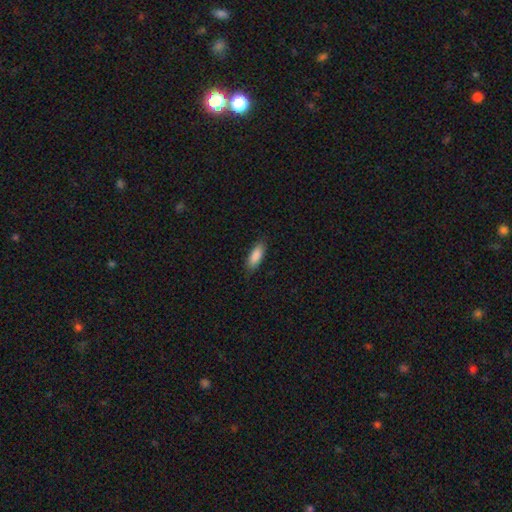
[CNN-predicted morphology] The model was most divided on "how rounded": in between: 74%, cigar-shaped: 24%, round: 2%. More confident: smooth or featured — smooth (88%); merging — none (84%).